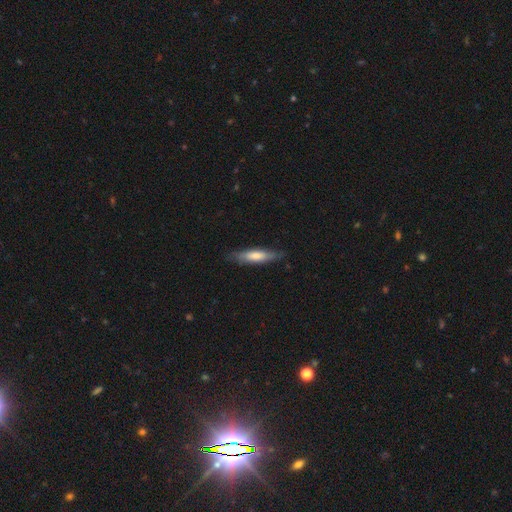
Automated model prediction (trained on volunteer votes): The model was most divided on "smooth or featured": smooth: 57%, featured or disk: 38%, star or artifact: 6%. More confident: merging — none (82%); how rounded — cigar-shaped (81%).